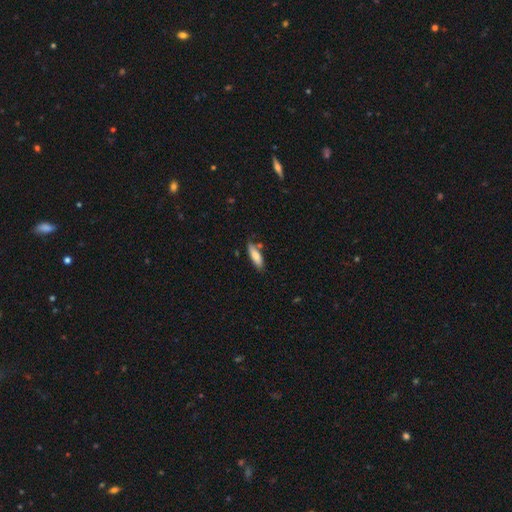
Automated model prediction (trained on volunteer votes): Smooth or featured? smooth (77%)
How rounded? cigar-shaped (51%)
Merging? none (74%)